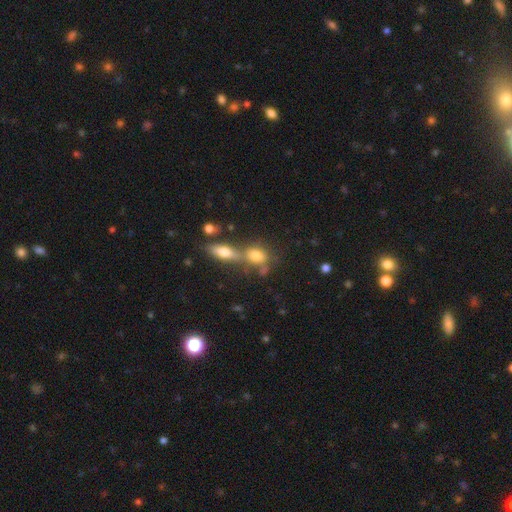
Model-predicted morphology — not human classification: Overall: smooth (61%; featured or disk 22%). How rounded: in between (57%; round 29%). Merging: merger (46%; none 40%).